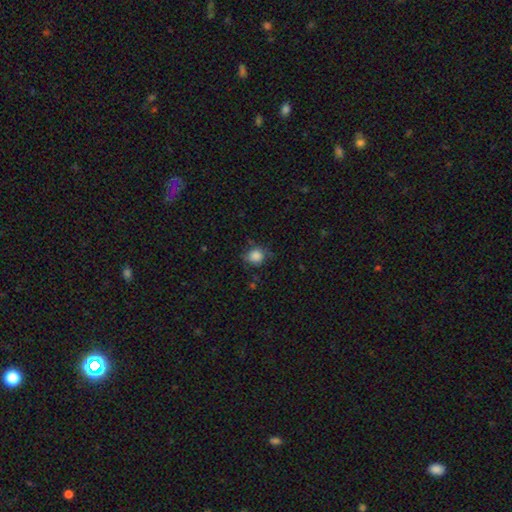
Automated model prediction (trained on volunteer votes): Overall: smooth (84%). How rounded: round (80%). Merging: none (65%).